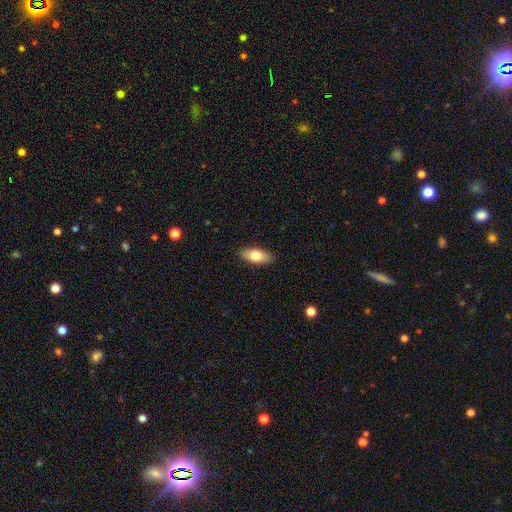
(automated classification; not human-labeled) Smooth or featured?
  - smooth: 75% *
  - featured or disk: 18%
  - star or artifact: 6%
How rounded?
  - in between: 88% *
  - cigar-shaped: 9%
  - round: 3%
Merging?
  - none: 88% *
  - minor disturbance: 10%
  - major disturbance: 2%
  - merger: 1%